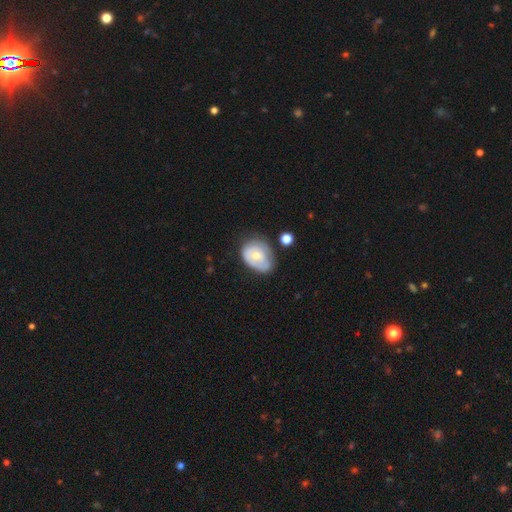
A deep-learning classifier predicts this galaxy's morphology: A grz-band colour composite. It shows a smooth galaxy with no disk features (48%). Merging: none (45%).